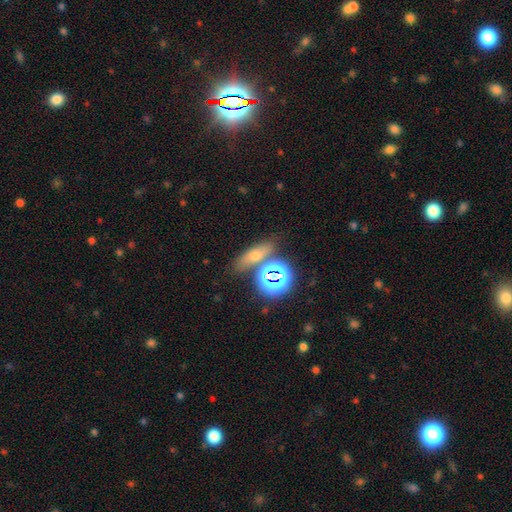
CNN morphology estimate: Smooth or featured? smooth (56%)
How rounded? in between (45%)
Merging? none (71%)